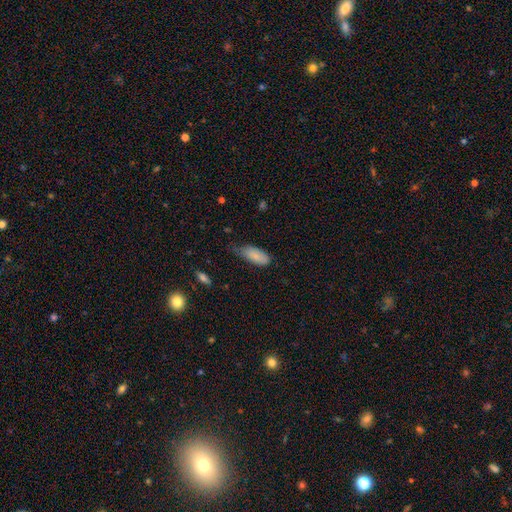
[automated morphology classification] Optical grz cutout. It shows a smooth galaxy with no disk features (84%) that is in between round and cigar-shaped (87%). Merging: minor disturbance (47%).